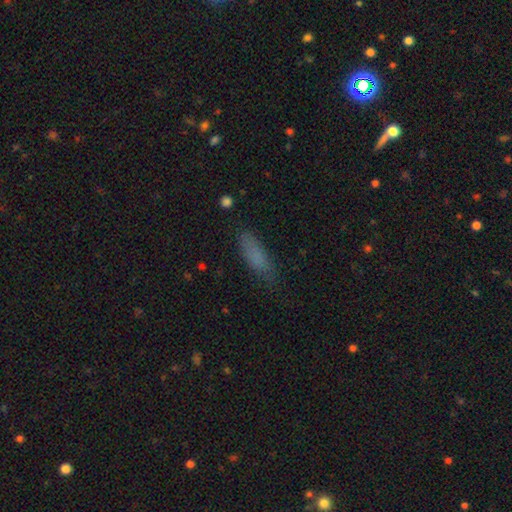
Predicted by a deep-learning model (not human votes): The model was most divided on "how rounded": cigar-shaped: 54%, in between: 44%, round: 2%. More confident: smooth or featured — smooth (79%); merging — none (76%).